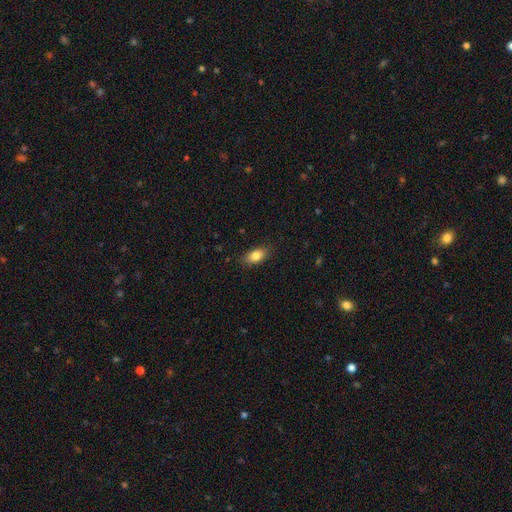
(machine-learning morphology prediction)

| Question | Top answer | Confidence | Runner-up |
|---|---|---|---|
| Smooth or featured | smooth | 84% | featured or disk (9%) |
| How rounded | in between | 89% | round (7%) |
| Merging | none | 86% | minor disturbance (11%) |